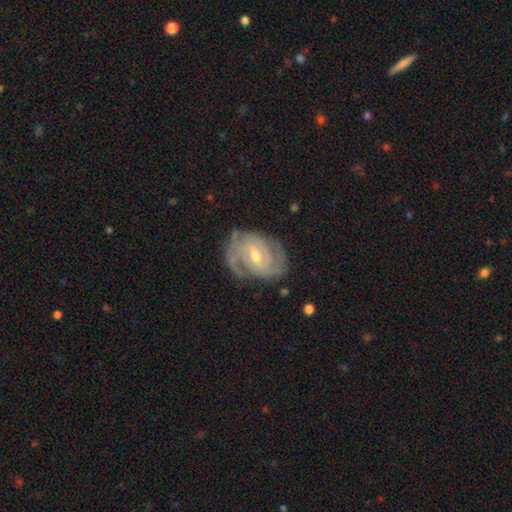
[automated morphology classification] The model was most divided on "bar": weak: 48%, no: 39%, strong: 14%. Remaining: edge-on disk — no (97%); spiral arms — yes (95%); smooth or featured — featured or disk (86%); merging — none (71%); spiral winding — tight (60%); bulge size — moderate (56%); spiral arm count — 2 (43%).